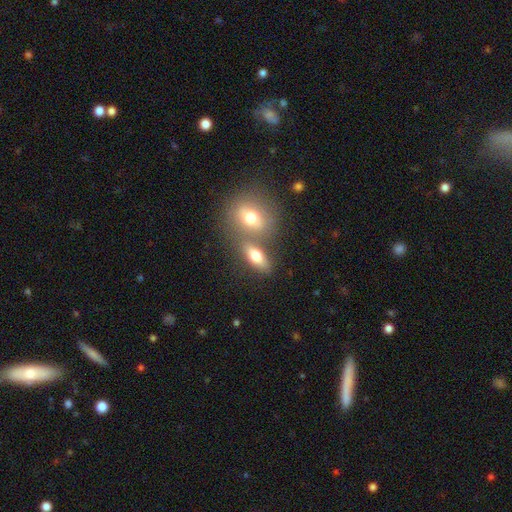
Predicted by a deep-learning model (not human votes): Q: Smooth or featured?
A: smooth (69%); runner-up: featured or disk (21%)
Q: How rounded?
A: in between (69%); runner-up: round (18%)
Q: Merging?
A: none (53%); runner-up: merger (32%)